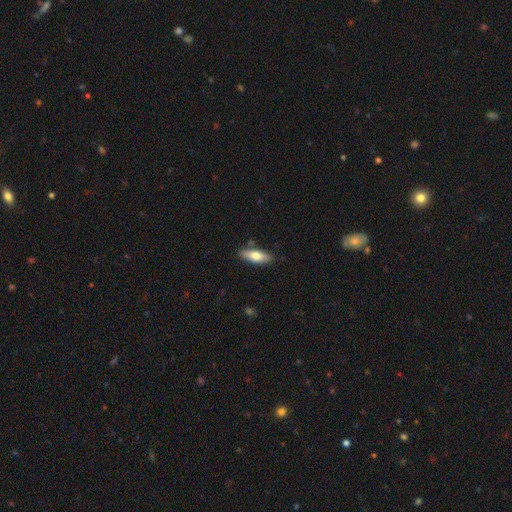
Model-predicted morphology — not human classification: Smooth or featured?
  - smooth: 74% *
  - featured or disk: 20%
  - star or artifact: 6%
How rounded?
  - in between: 60% *
  - cigar-shaped: 38%
  - round: 2%
Merging?
  - none: 82% *
  - minor disturbance: 13%
  - merger: 3%
  - major disturbance: 2%